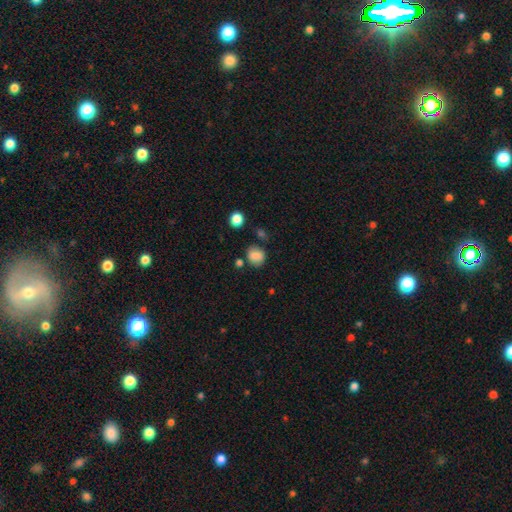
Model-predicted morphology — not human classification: Smooth or featured: smooth — 82% (star or artifact — 10%)
How rounded: round — 69% (in between — 31%)
Merging: none — 72% (minor disturbance — 16%)